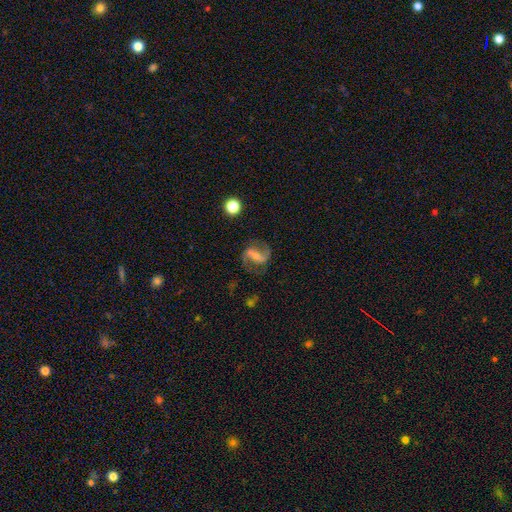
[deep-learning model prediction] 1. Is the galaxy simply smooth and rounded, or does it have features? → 85% featured or disk, 8% smooth, 7% star or artifact.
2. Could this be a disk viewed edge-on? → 97% no, 3% yes.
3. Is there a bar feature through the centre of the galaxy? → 55% strong, 32% weak, 13% no.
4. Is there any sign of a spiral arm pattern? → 95% yes, 5% no.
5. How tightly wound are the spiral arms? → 50% medium, 37% loose, 13% tight.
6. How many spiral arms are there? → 92% 2, 2% can't tell, 2% 1, 1% 3, 1% 4, 1% more than 4.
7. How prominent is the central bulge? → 52% small, 28% moderate, 15% none, 4% large, 1% dominant.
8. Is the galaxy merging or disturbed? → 76% none, 13% minor disturbance, 9% major disturbance, 2% merger.